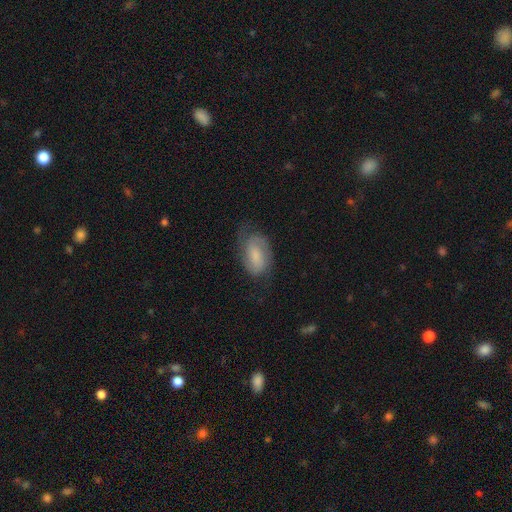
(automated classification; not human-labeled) Overall: featured or disk (51%; smooth 41%). Edge-on disk: no (95%). Merging: none (60%; minor disturbance 25%).